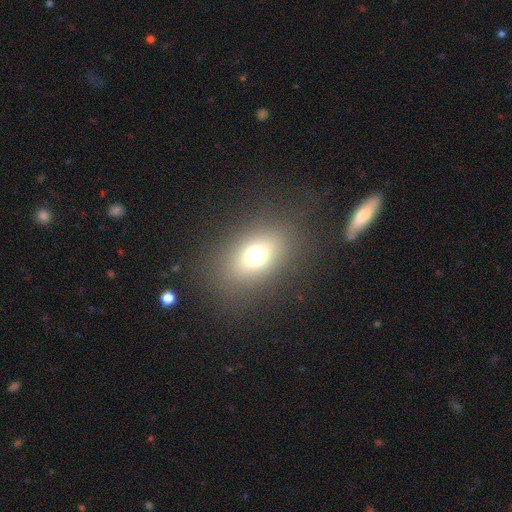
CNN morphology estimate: This is likely a smooth galaxy (67%). How rounded: likely in between (69%). Merging: clearly none (84%).